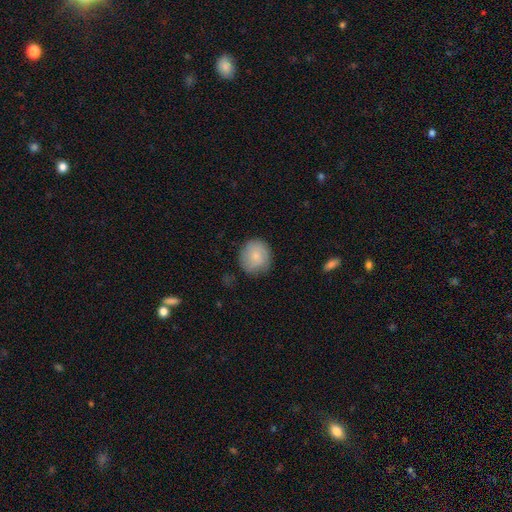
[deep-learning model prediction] Overall: smooth (77%). How rounded: round (86%). Merging: none (79%).